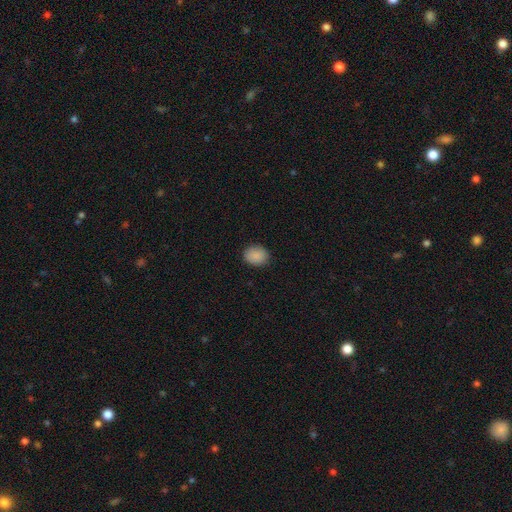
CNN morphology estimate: The model was most divided on "how rounded": round: 60%, in between: 39%, cigar-shaped: 1%. More confident: smooth or featured — smooth (88%); merging — none (87%).